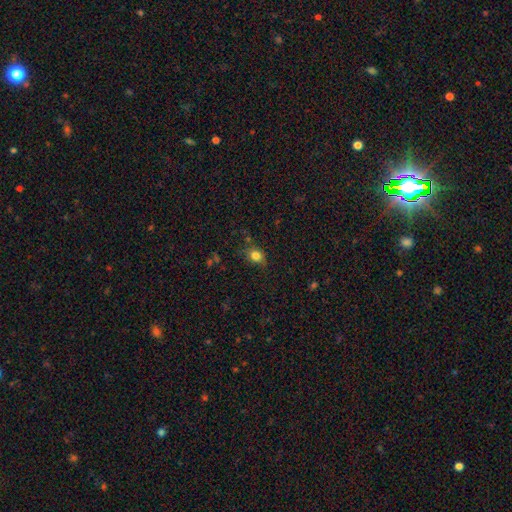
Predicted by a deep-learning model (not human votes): The model was most divided on "how rounded": round: 52%, in between: 46%, cigar-shaped: 2%. More confident: smooth or featured — smooth (80%); merging — none (69%).